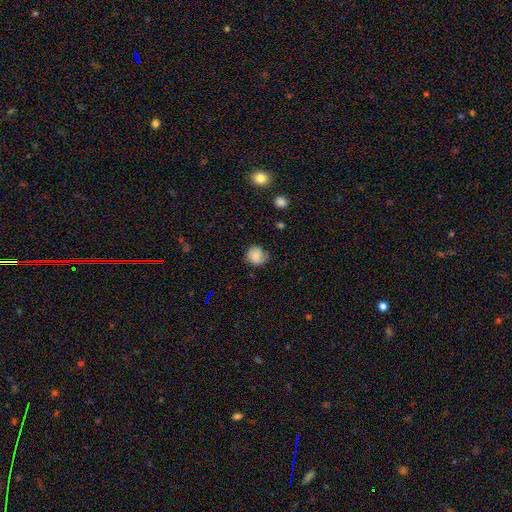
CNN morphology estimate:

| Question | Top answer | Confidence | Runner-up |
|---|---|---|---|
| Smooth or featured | smooth | 72% | featured or disk (19%) |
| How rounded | round | 87% | in between (12%) |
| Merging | none | 65% | minor disturbance (25%) |